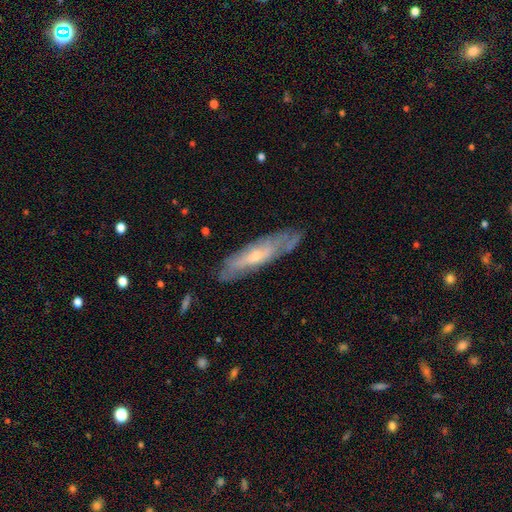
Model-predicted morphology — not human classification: The model was most divided on "edge-on disk": no: 52%, yes: 48%. More confident: merging — none (74%); smooth or featured — featured or disk (58%).